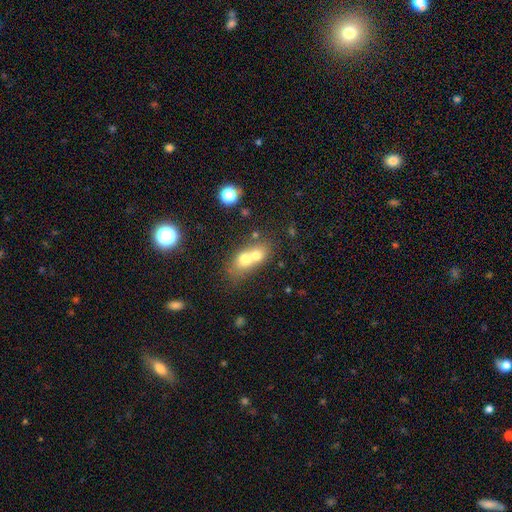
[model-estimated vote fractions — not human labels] A smooth galaxy with no disk features (64%) that is in between round and cigar-shaped (57%).

Vote fractions:
- Smooth or featured? smooth: 64% / featured or disk: 25% / star or artifact: 11%
- How rounded? in between: 57% / round: 39% / cigar-shaped: 4%
- Merging? merger: 70% / none: 20% / minor disturbance: 6% / major disturbance: 4%